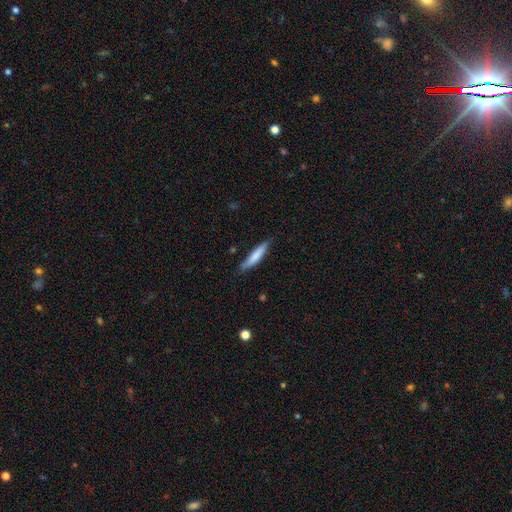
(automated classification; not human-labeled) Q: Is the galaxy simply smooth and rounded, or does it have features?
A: smooth — 73%.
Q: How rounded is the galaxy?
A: cigar-shaped — 86%.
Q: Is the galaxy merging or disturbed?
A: none — 75%.